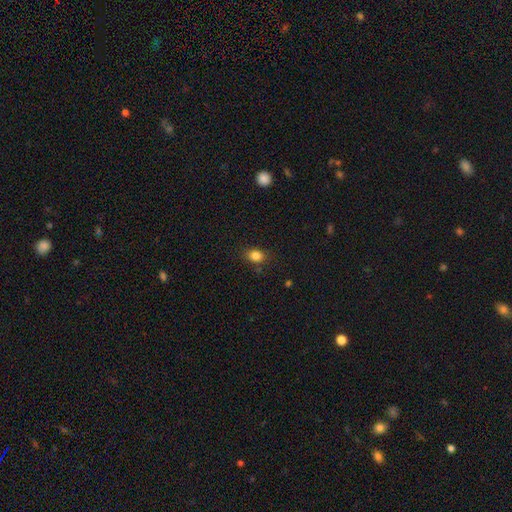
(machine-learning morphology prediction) A smooth galaxy with no disk features (83%) that is in between round and cigar-shaped (50%). Merging: none (83%).